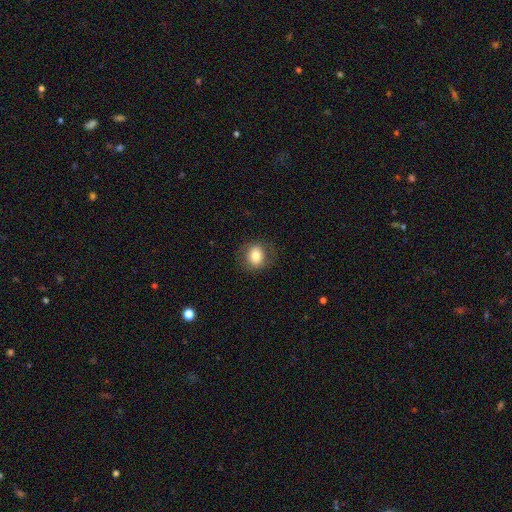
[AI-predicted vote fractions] This appears to be a smooth galaxy with no disk features (78%) that is round (67%). Merging: none (83%).